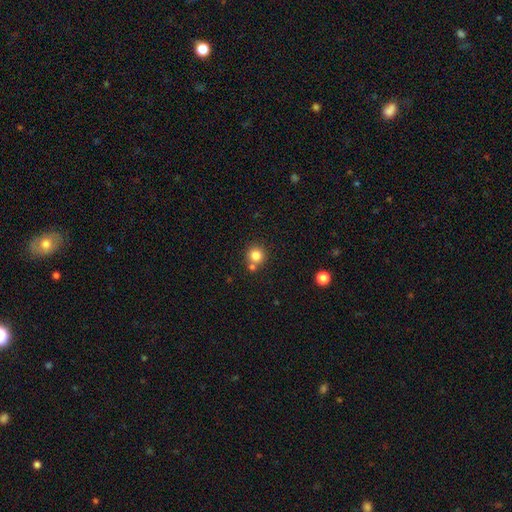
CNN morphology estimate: A smooth galaxy with no disk features (82%) that is round (93%). Merging: none (69%).